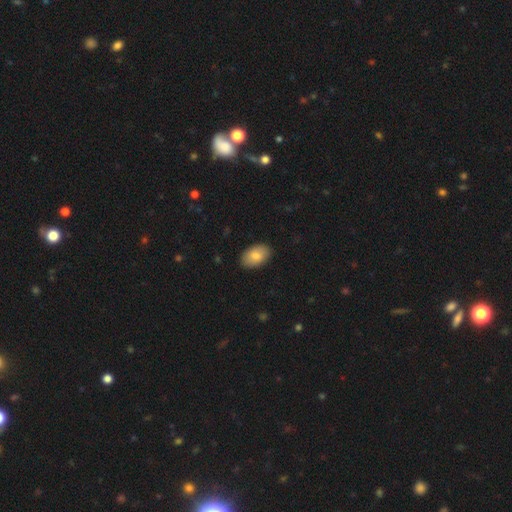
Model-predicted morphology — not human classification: The model was most divided on "smooth or featured": smooth: 83%, featured or disk: 11%, star or artifact: 6%. More confident: how rounded — in between (93%); merging — none (88%).